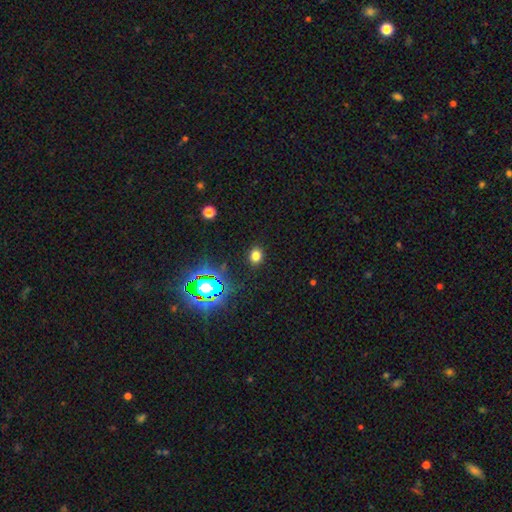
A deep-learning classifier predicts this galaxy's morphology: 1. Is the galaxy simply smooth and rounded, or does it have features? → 72% smooth, 22% star or artifact, 6% featured or disk.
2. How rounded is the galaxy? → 58% round, 41% in between, 1% cigar-shaped.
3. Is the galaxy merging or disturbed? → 88% none, 8% minor disturbance, 3% major disturbance, 1% merger.